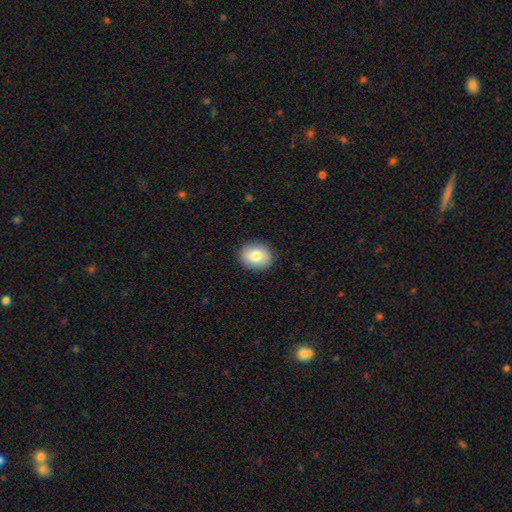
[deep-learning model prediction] A smooth galaxy with no disk features (81%) that is round (55%). Merging: none (90%).